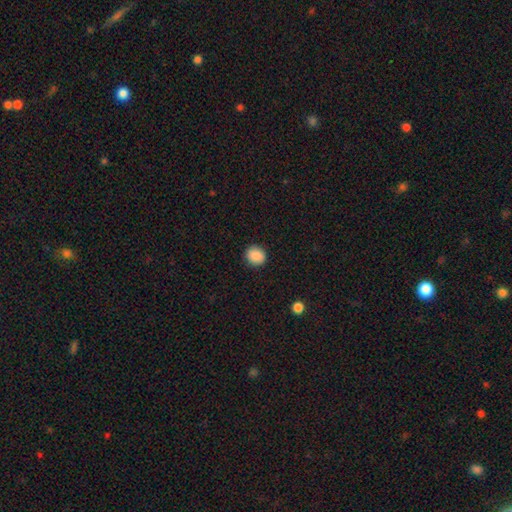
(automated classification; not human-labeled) The model was most divided on "how rounded": round: 79%, in between: 20%, cigar-shaped: 1%. More confident: merging — none (90%); smooth or featured — smooth (88%).